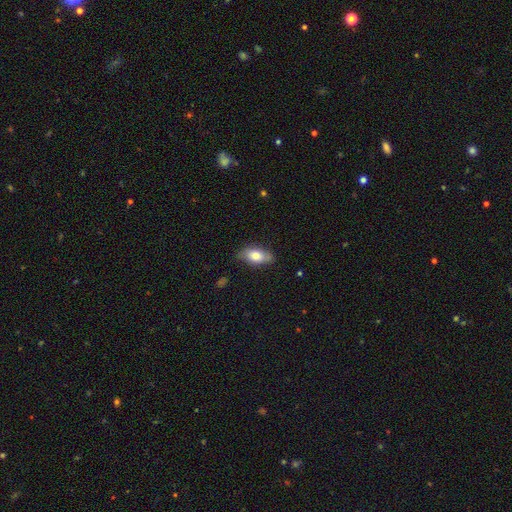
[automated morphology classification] The model was most divided on "smooth or featured": smooth: 73%, featured or disk: 21%, star or artifact: 7%. More confident: how rounded — in between (86%); merging — none (76%).